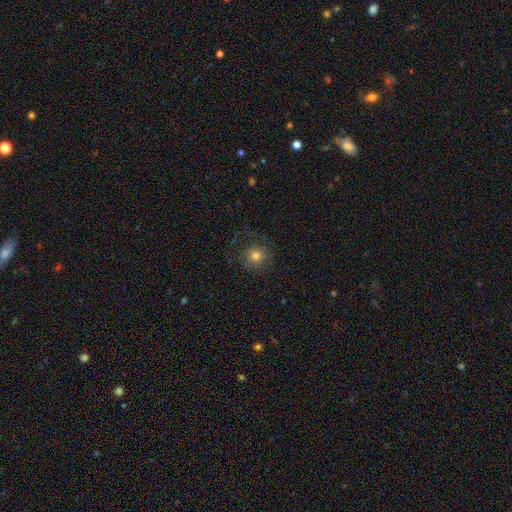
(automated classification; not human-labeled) A smooth galaxy with no disk features (75%) that is round (93%). Merging: none (78%).